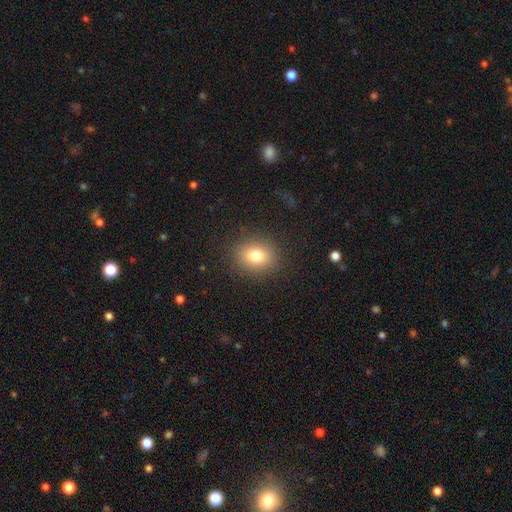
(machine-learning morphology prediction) Smooth or featured?
  - smooth: 79% *
  - star or artifact: 12%
  - featured or disk: 9%
How rounded?
  - round: 61% *
  - in between: 38%
  - cigar-shaped: 1%
Merging?
  - none: 88% *
  - minor disturbance: 8%
  - major disturbance: 4%
  - merger: 1%